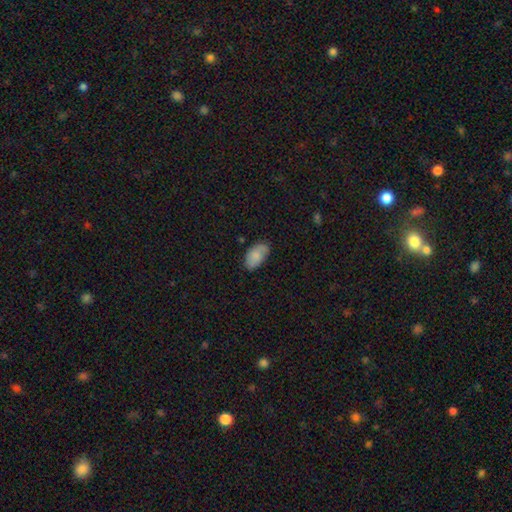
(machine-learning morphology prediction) This appears to be a smooth galaxy with no disk features (79%) that is in between round and cigar-shaped (94%). Merging: none (72%).